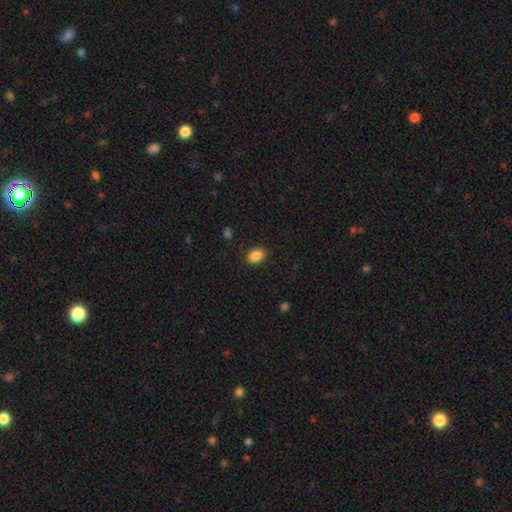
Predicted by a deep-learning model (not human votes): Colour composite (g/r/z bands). It shows a smooth galaxy with no disk features (87%) that is in between round and cigar-shaped (79%). Merging: none (88%).